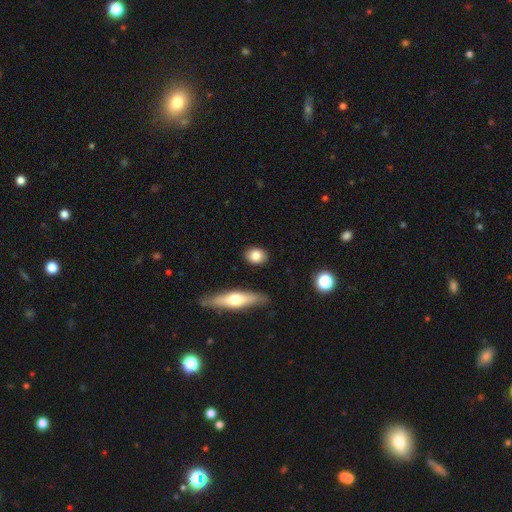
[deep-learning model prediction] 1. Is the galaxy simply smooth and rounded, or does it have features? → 82% smooth, 11% featured or disk, 7% star or artifact.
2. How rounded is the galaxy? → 56% round, 40% in between, 4% cigar-shaped.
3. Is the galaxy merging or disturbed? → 88% none, 8% minor disturbance, 2% major disturbance, 2% merger.